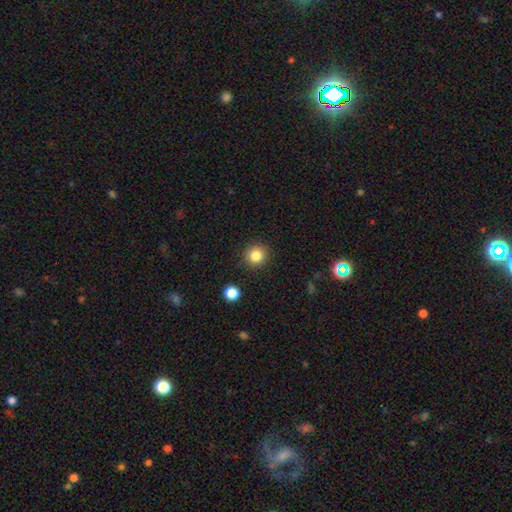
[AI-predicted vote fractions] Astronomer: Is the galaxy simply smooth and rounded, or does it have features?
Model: smooth — 83%.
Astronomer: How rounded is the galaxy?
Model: round — 93%.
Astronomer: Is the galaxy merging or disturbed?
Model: none — 90%.